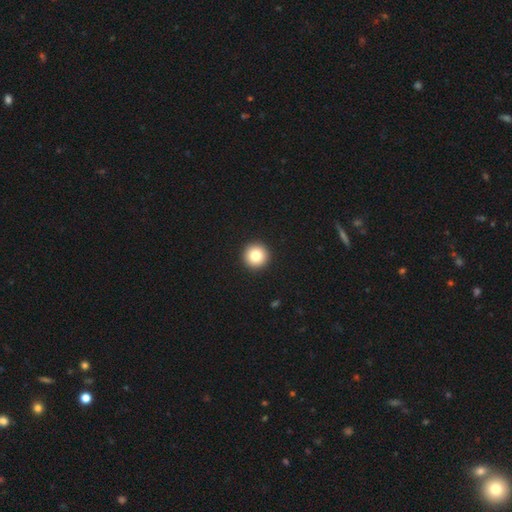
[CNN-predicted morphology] Smooth or featured: smooth — 81% (star or artifact — 10%)
How rounded: round — 96% (in between — 3%)
Merging: none — 94% (minor disturbance — 3%)